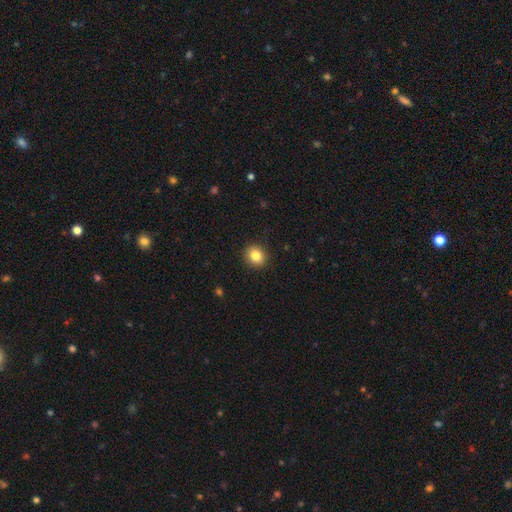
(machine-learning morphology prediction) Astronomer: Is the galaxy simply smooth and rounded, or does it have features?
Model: smooth — 84%.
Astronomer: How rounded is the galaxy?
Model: round — 73%.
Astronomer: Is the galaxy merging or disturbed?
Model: none — 91%.